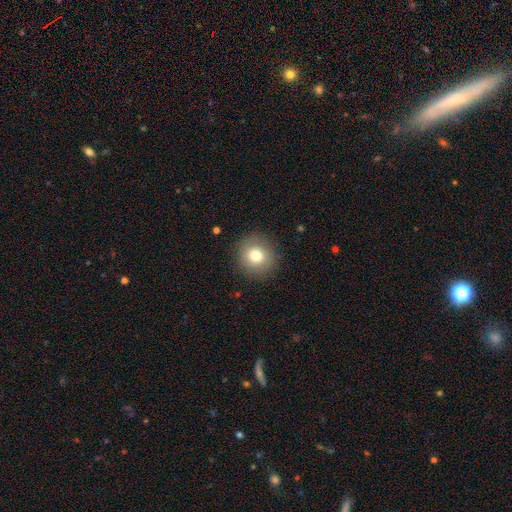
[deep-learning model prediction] Smooth or featured? Predicted: smooth (p=0.77). How rounded? Predicted: round (p=0.91). Merging? Predicted: none (p=0.89).